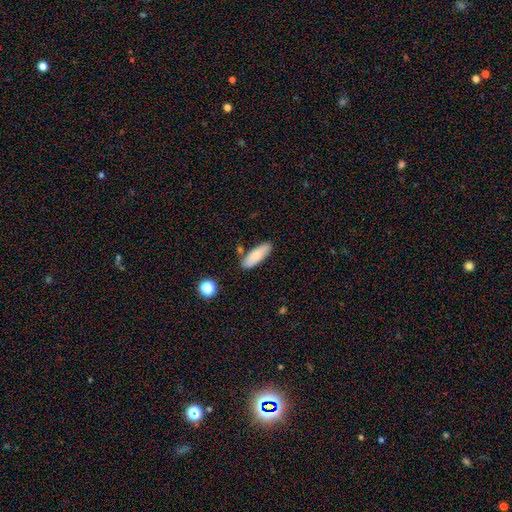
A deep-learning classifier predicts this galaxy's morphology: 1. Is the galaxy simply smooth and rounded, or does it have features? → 81% smooth, 13% featured or disk, 7% star or artifact.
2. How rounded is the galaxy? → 64% in between, 34% cigar-shaped, 2% round.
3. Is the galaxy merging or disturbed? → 82% none, 12% minor disturbance, 4% merger, 2% major disturbance.